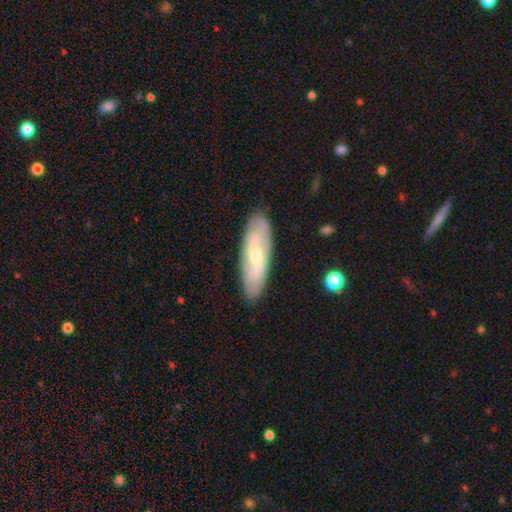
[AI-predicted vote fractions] A featured or disk galaxy (61%). Merging: none (86%).